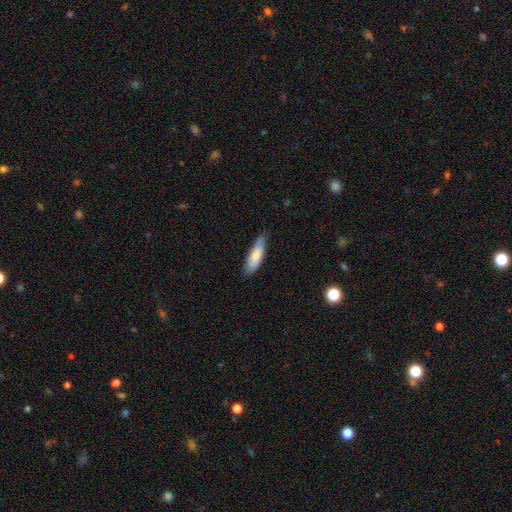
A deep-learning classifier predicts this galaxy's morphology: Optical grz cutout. It shows a smooth galaxy with no disk features (80%) that is cigar-shaped (56%). Merging: none (78%).